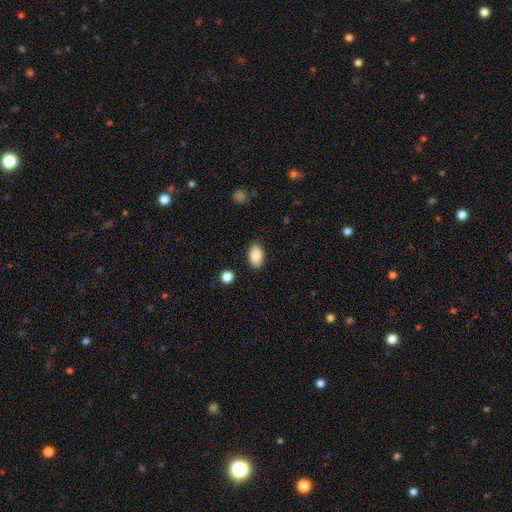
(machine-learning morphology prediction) smooth_or_featured: smooth (p=0.85) [alt: star or artifact p=0.07]
how_rounded: in between (p=0.89) [alt: round p=0.09]
merging: none (p=0.86) [alt: minor disturbance p=0.10]